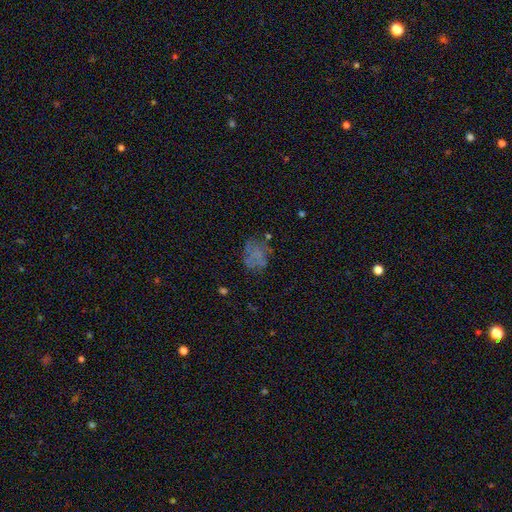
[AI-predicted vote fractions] The model was most divided on "smooth or featured": smooth: 46%, featured or disk: 35%, star or artifact: 19%. More confident: merging — none (60%).